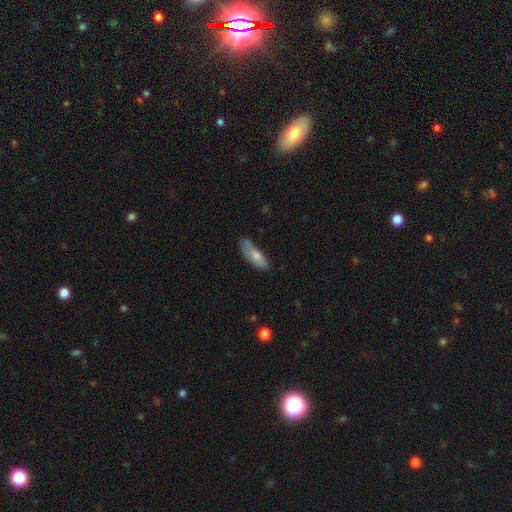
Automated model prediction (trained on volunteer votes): smooth_or_featured: smooth (p=0.75) [alt: featured or disk p=0.19]
how_rounded: in between (p=0.59) [alt: cigar-shaped p=0.39]
merging: none (p=0.60) [alt: minor disturbance p=0.30]